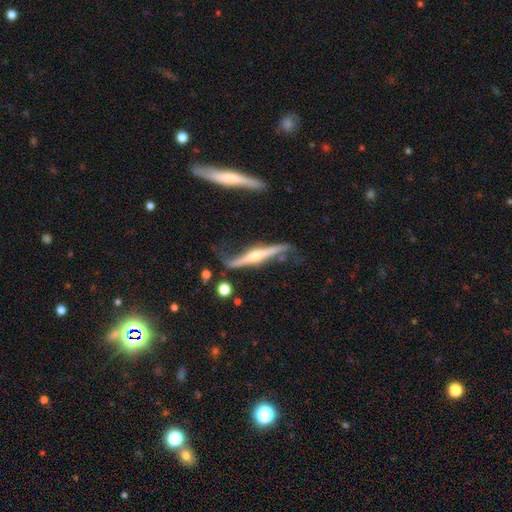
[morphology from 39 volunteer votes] Smooth or featured? featured or disk (92%)
Edge-on disk? yes (94%)
Edge-on bulge? rounded (88%)
Merging? none (68%)